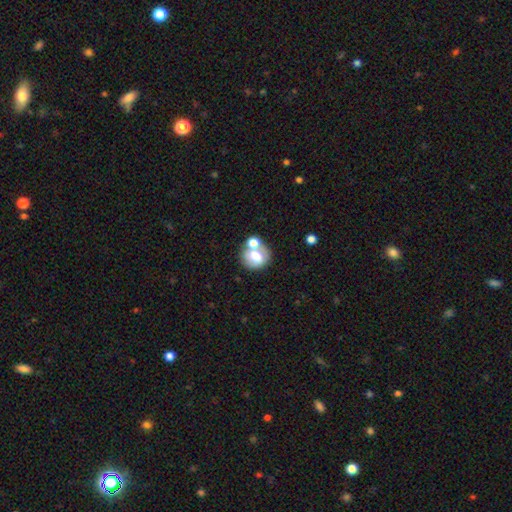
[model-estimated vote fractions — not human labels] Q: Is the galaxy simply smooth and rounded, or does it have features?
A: smooth — 68%.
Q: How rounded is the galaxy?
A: round — 73%.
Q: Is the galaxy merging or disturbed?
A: none — 45%.